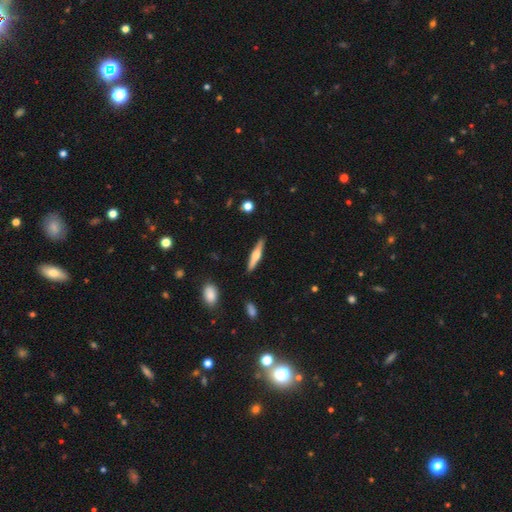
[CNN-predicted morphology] featured or disk 56%, smooth 38%, star or artifact 6%. Down the decision tree: edge-on disk — yes (97%); edge-on bulge — rounded (84%); merging — none (89%).